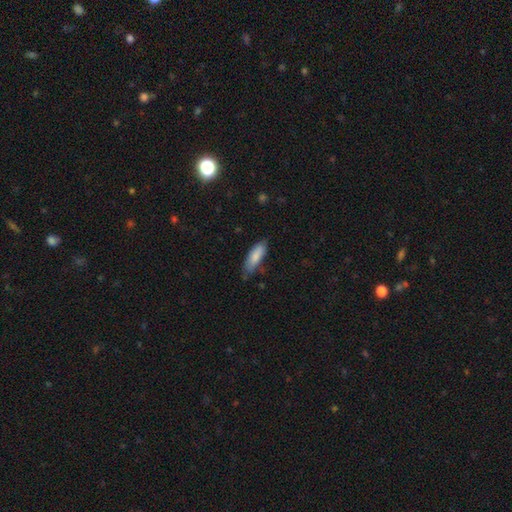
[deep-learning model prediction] Smooth or featured? Predicted: smooth (p=0.83). How rounded? Predicted: in between (p=0.56). Merging? Predicted: none (p=0.68).